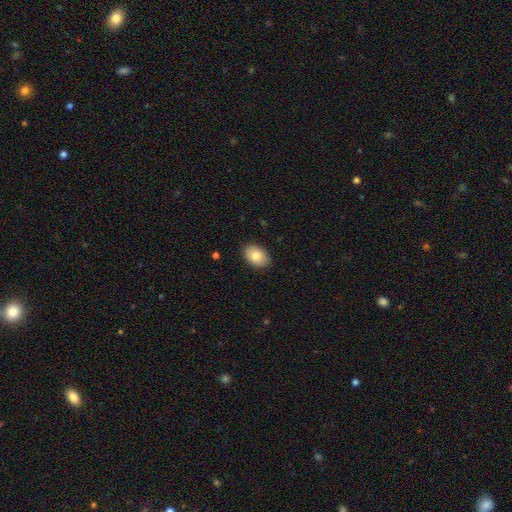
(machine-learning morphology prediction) A smooth galaxy with no disk features (83%) that is in between round and cigar-shaped (85%). Merging: none (88%).